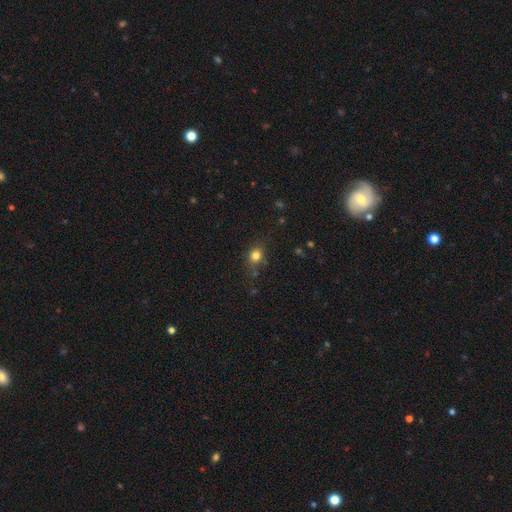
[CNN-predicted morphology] This appears to be a smooth galaxy with no disk features (79%) that is round (70%). Merging: none (77%).